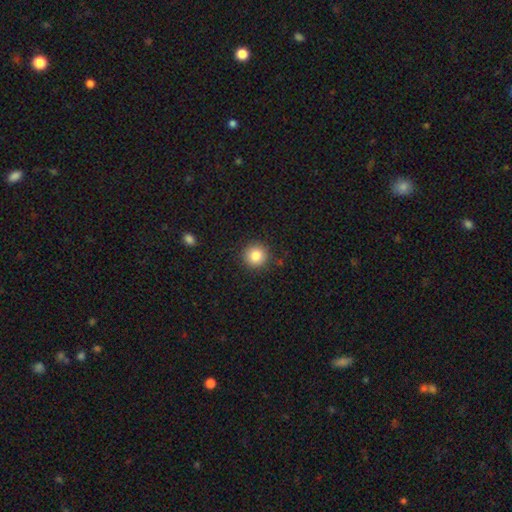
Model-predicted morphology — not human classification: smooth-or-featured: smooth: 83% | star or artifact: 10% | featured or disk: 7%
  how-rounded: round: 95% | in between: 4% | cigar-shaped: 1%
  merging: none: 90% | minor disturbance: 7% | major disturbance: 2% | merger: 1%